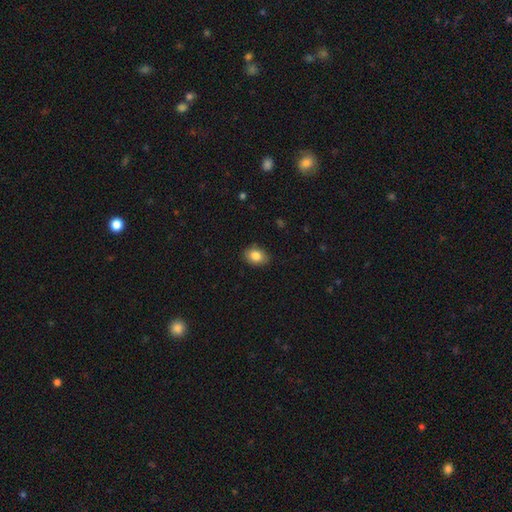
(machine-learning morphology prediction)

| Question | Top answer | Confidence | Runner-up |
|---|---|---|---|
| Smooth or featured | smooth | 85% | star or artifact (8%) |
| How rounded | in between | 72% | round (27%) |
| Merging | none | 86% | minor disturbance (11%) |